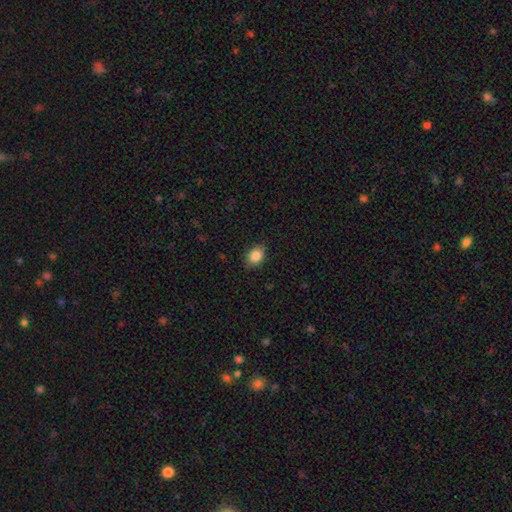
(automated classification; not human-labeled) smooth-or-featured: smooth: 86% | star or artifact: 9% | featured or disk: 5%
  how-rounded: in between: 63% | round: 36% | cigar-shaped: 1%
  merging: none: 86% | minor disturbance: 10% | major disturbance: 2% | merger: 1%